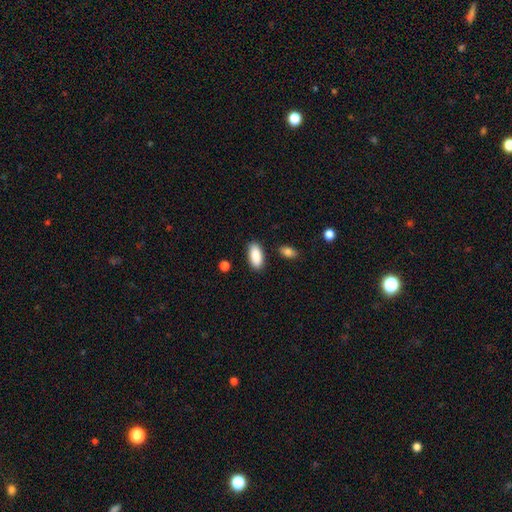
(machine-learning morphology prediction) A smooth galaxy with no disk features (90%) that is in between round and cigar-shaped (89%). Merging: none (86%).